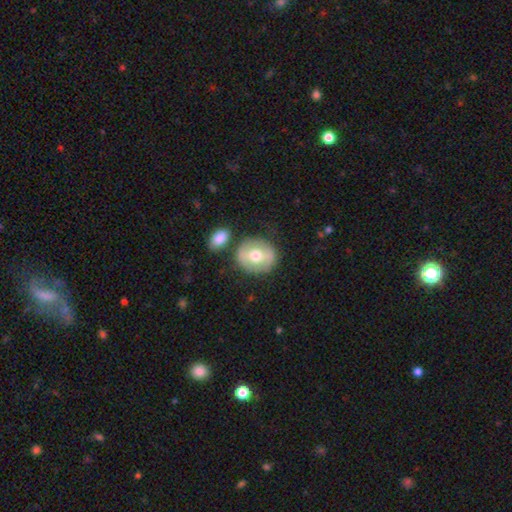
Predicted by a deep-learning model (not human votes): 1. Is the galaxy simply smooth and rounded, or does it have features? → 50% smooth, 43% featured or disk, 7% star or artifact.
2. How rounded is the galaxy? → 76% round, 22% in between, 1% cigar-shaped.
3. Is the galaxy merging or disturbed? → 73% none, 13% minor disturbance, 10% merger, 5% major disturbance.